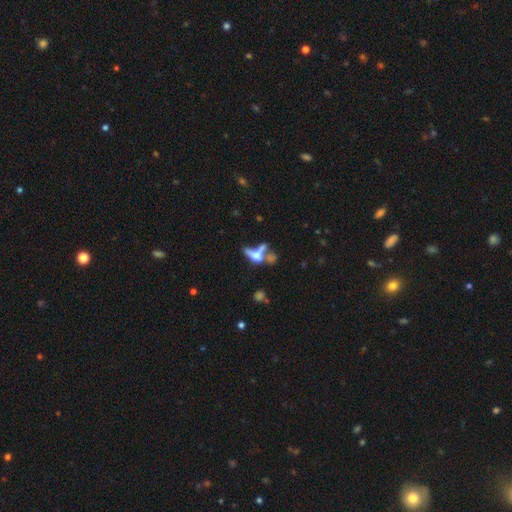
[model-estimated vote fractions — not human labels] This appears to be a smooth galaxy with no disk features (45%). Merging: merger (47%).